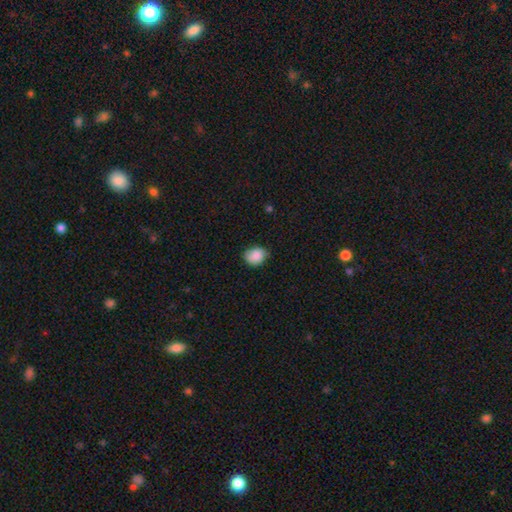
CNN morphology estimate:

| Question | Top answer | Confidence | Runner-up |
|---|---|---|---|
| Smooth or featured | smooth | 86% | star or artifact (8%) |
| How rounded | round | 55% | in between (44%) |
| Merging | none | 72% | minor disturbance (24%) |